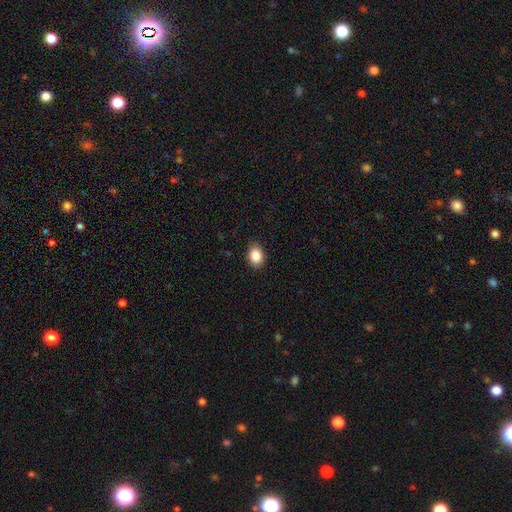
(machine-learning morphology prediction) smooth_or_featured: smooth (p=0.87) [alt: star or artifact p=0.08]
how_rounded: in between (p=0.72) [alt: round p=0.27]
merging: none (p=0.87) [alt: minor disturbance p=0.10]